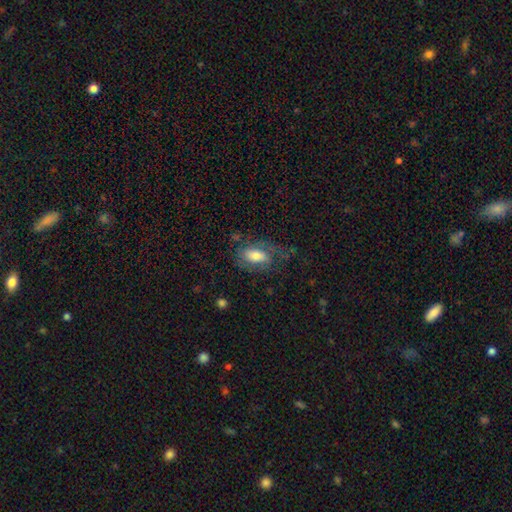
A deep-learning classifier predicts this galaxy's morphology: smooth-or-featured: smooth: 56% | featured or disk: 37% | star or artifact: 7%
  how-rounded: in between: 88% | round: 7% | cigar-shaped: 5%
  merging: none: 52% | minor disturbance: 23% | major disturbance: 23% | merger: 2%